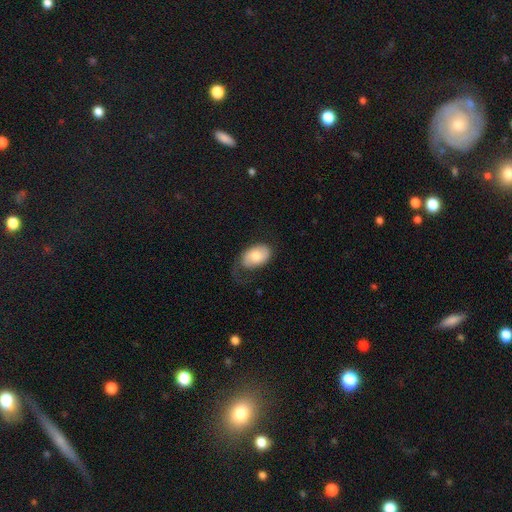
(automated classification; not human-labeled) Overall: smooth (63%; featured or disk 30%). How rounded: in between (88%). Merging: none (42%; minor disturbance 30%).